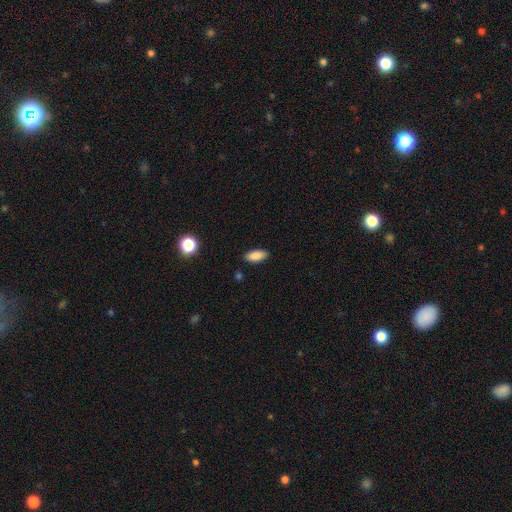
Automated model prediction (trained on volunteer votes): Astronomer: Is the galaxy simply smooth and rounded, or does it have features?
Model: smooth — 87%.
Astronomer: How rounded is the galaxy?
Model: in between — 87%.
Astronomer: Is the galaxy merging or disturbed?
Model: none — 87%.